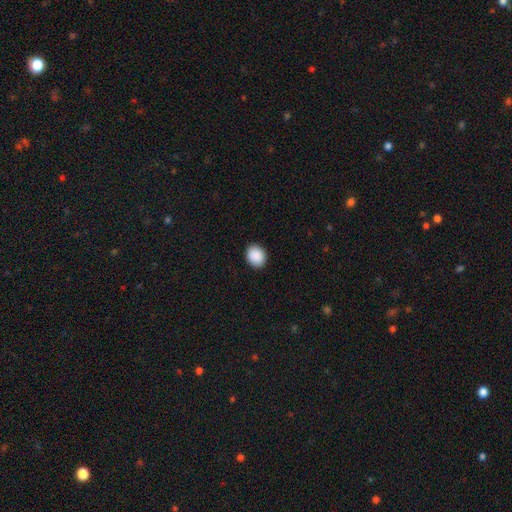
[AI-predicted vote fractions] This is clearly a smooth galaxy (90%). How rounded: likely round (60%). Merging: clearly none (91%).